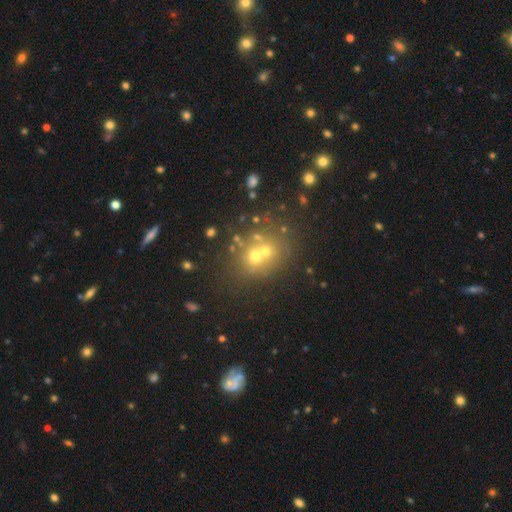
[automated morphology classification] Smooth or featured? smooth (48%)
Merging? none (45%)